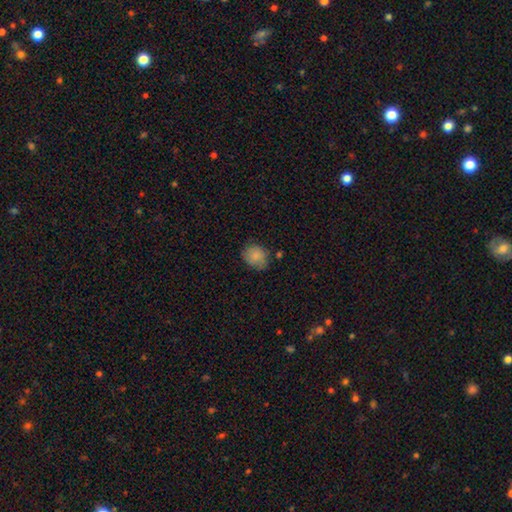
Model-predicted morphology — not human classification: This is clearly a smooth galaxy (85%). How rounded: likely round (68%). Merging: likely none (69%).